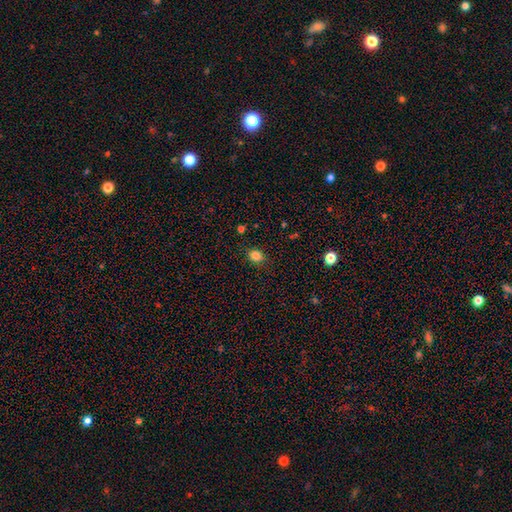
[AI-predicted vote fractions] Morphology: type=smooth (83%); roundness=round (63%); merging=none (86%).